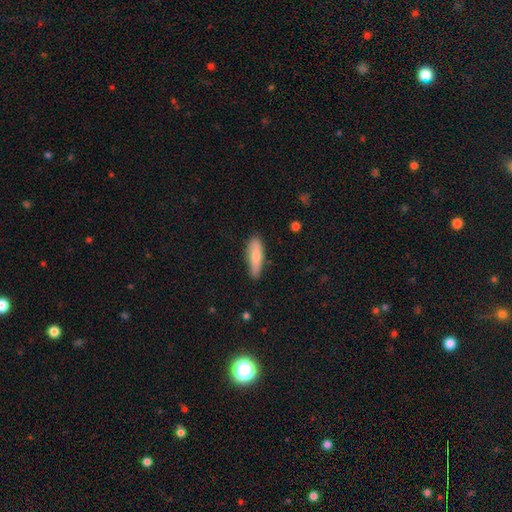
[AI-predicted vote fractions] smooth-or-featured: smooth: 74% | featured or disk: 21% | star or artifact: 6%
  how-rounded: cigar-shaped: 58% | in between: 40% | round: 2%
  merging: none: 77% | minor disturbance: 18% | major disturbance: 3% | merger: 2%